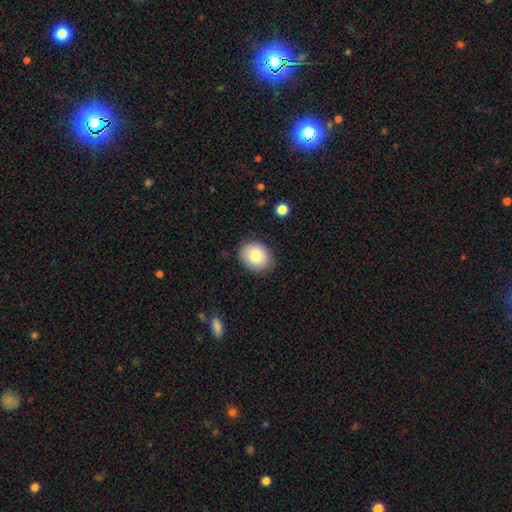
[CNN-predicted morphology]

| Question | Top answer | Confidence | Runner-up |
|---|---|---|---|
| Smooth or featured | smooth | 83% | featured or disk (9%) |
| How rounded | round | 51% | in between (49%) |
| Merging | none | 85% | minor disturbance (11%) |